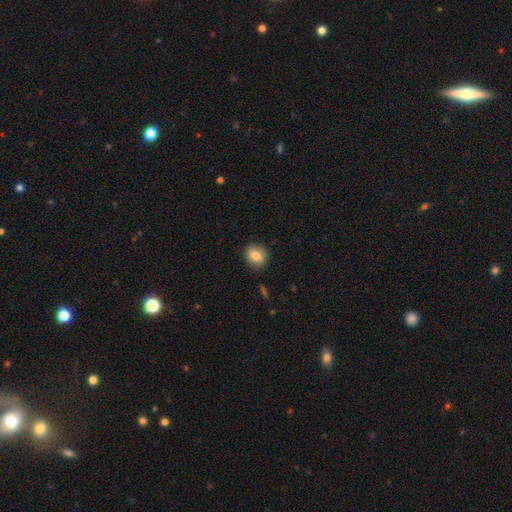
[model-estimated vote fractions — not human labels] A smooth galaxy with no disk features (82%) that is round (84%). Merging: none (87%).